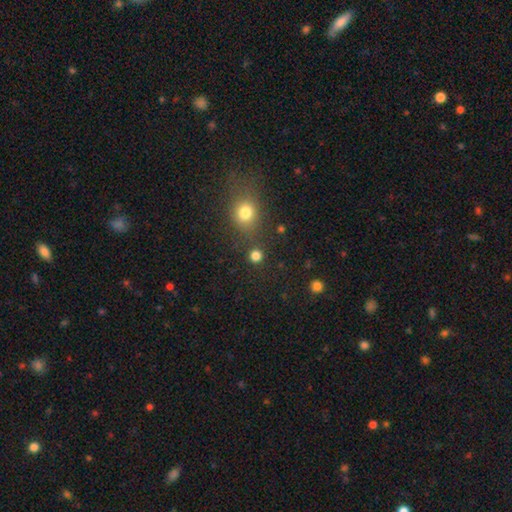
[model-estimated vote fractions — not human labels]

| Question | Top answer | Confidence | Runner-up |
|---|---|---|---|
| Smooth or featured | smooth | 80% | star or artifact (16%) |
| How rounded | round | 90% | in between (9%) |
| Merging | none | 82% | merger (7%) |